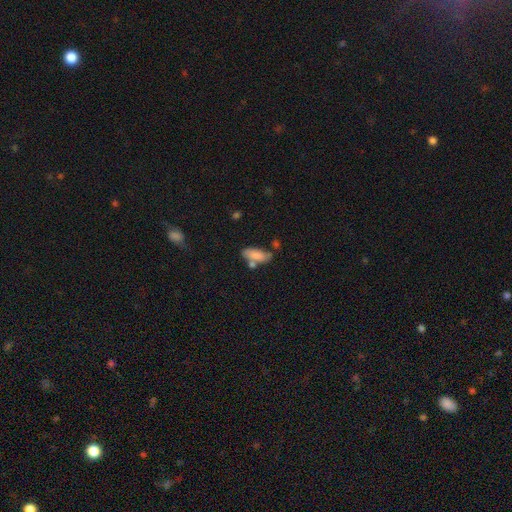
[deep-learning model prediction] Overall: smooth (81%). How rounded: in between (76%). Merging: none (54%; merger 21%).